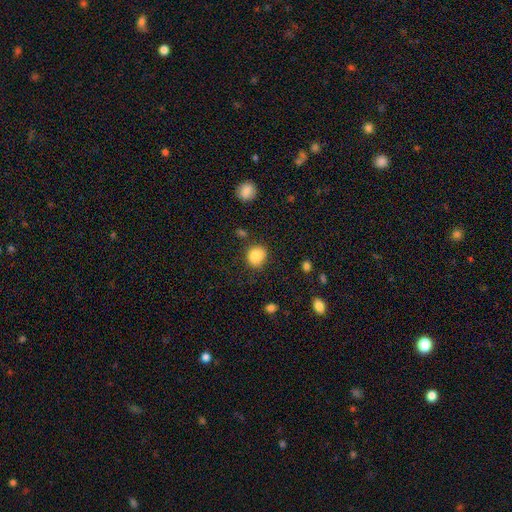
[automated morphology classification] Smooth or featured? smooth (86%)
How rounded? round (70%)
Merging? none (72%)